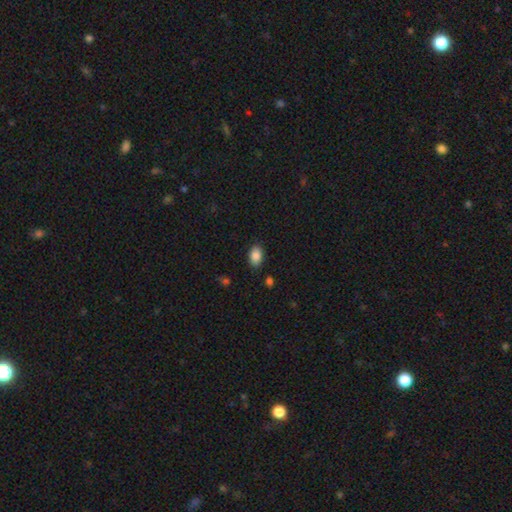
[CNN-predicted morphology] Smooth or featured? smooth (87%)
How rounded? in between (89%)
Merging? none (85%)